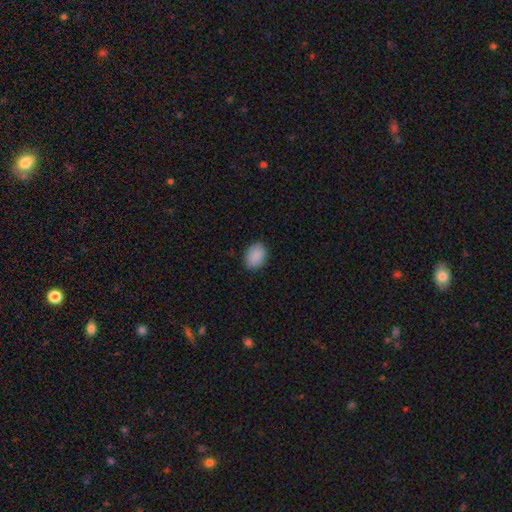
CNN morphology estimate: Q: Smooth or featured?
A: smooth (90%); runner-up: star or artifact (7%)
Q: How rounded?
A: in between (75%); runner-up: round (24%)
Q: Merging?
A: none (88%); runner-up: minor disturbance (9%)